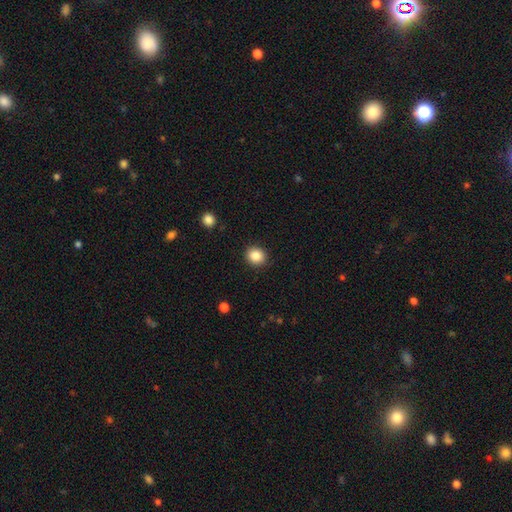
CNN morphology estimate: Q: Smooth or featured?
A: smooth (85%); runner-up: star or artifact (10%)
Q: How rounded?
A: round (76%); runner-up: in between (23%)
Q: Merging?
A: none (90%); runner-up: minor disturbance (6%)